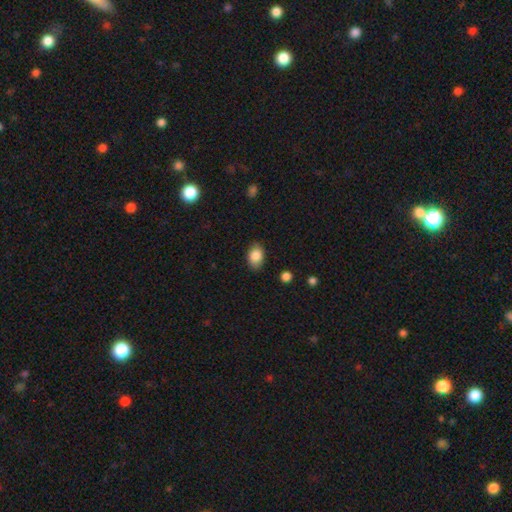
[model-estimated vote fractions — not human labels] Overall: smooth (85%). How rounded: in between (84%). Merging: none (84%).